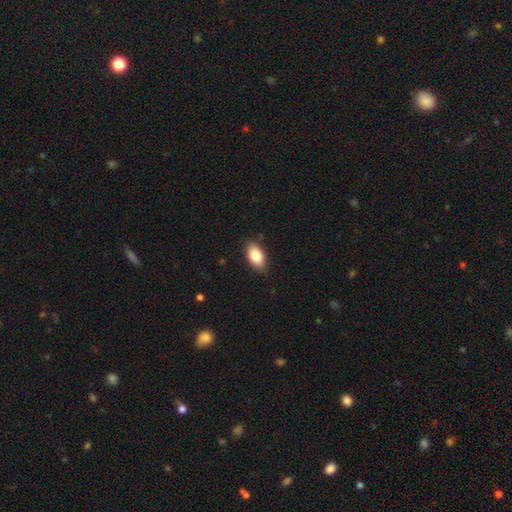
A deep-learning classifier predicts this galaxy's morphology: This appears to be a smooth galaxy with no disk features (83%) that is in between round and cigar-shaped (92%). Merging: none (87%).